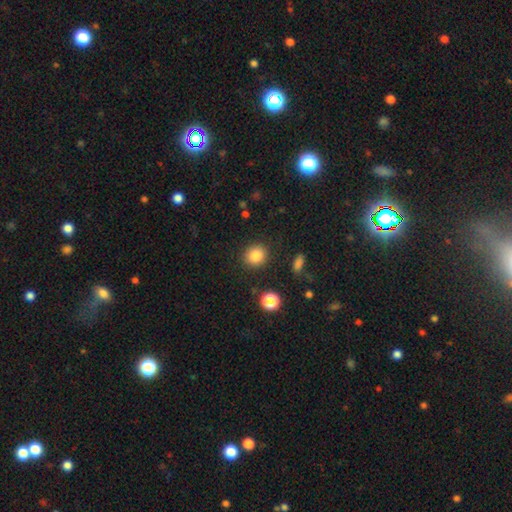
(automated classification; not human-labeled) smooth 85%, star or artifact 11%, featured or disk 5%. Down the decision tree: how rounded — round (82%); merging — none (88%).